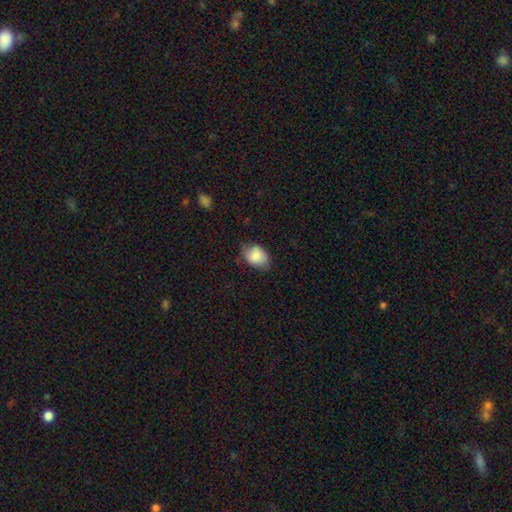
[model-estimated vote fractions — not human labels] A smooth galaxy with no disk features (84%) that is in between round and cigar-shaped (71%).

Vote fractions:
- Smooth or featured? smooth: 84% / featured or disk: 9% / star or artifact: 7%
- How rounded? in between: 71% / round: 28% / cigar-shaped: 1%
- Merging? none: 65% / minor disturbance: 27% / major disturbance: 6% / merger: 1%